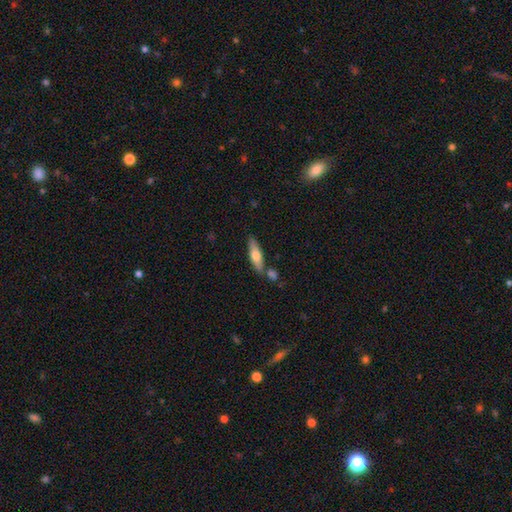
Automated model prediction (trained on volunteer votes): Smooth or featured: smooth — 60% (featured or disk — 35%)
How rounded: cigar-shaped — 61% (in between — 37%)
Merging: none — 69% (merger — 14%)